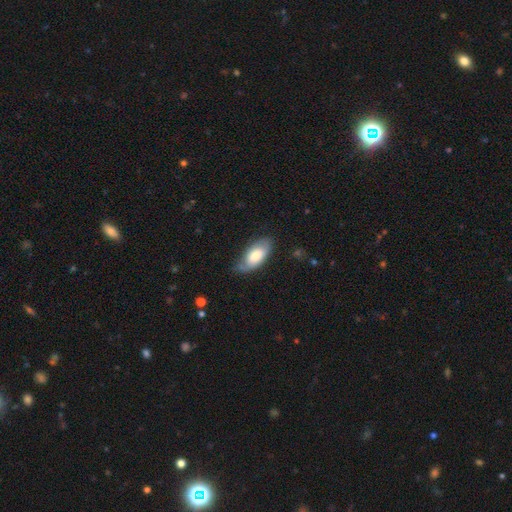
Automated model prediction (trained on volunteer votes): smooth_or_featured: smooth (p=0.63) [alt: featured or disk p=0.31]
how_rounded: in between (p=0.91) [alt: cigar-shaped p=0.07]
merging: none (p=0.61) [alt: minor disturbance p=0.29]